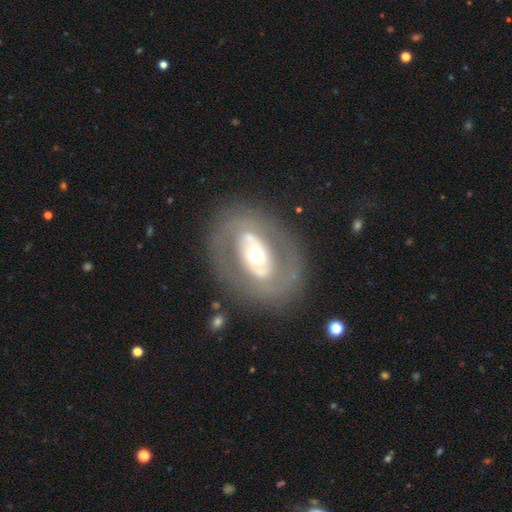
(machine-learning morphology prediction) Smooth or featured? featured or disk (68%)
Edge-on disk? no (93%)
Bar? no (55%)
Spiral arms? no (71%)
Bulge size? moderate (63%)
Merging? none (79%)